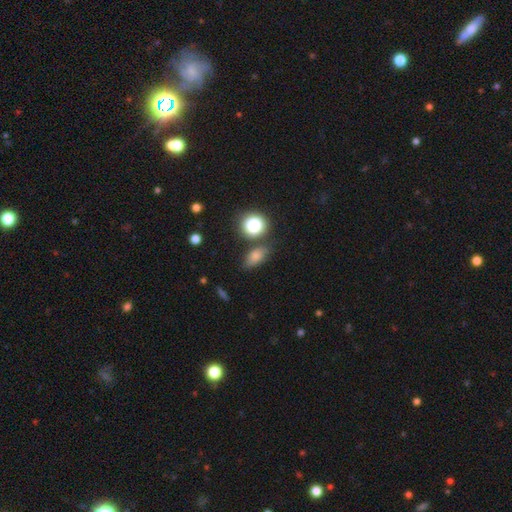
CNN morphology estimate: type=smooth (78%); roundness=in between (66%); merging=none (66%).